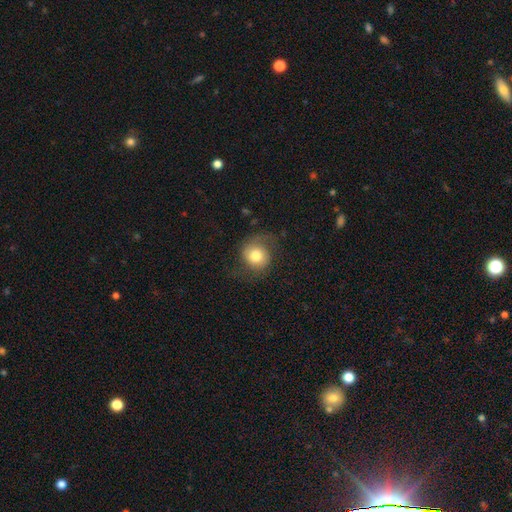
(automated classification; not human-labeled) Smooth or featured? Predicted: smooth (p=0.54). How rounded? Predicted: round (p=0.83). Merging? Predicted: none (p=0.63).